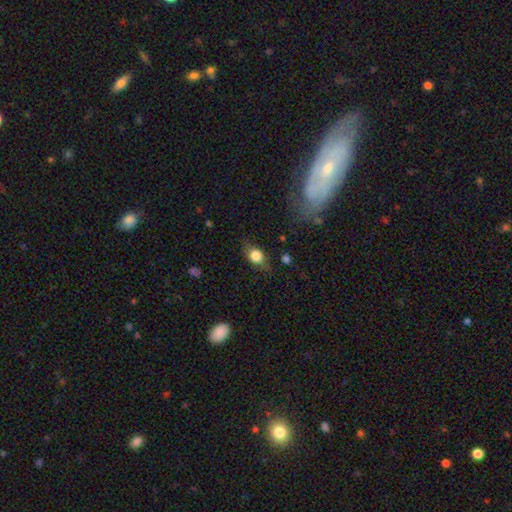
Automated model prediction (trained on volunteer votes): smooth 72%, featured or disk 19%, star or artifact 9%. Down the decision tree: how rounded — in between (63%); merging — none (74%).